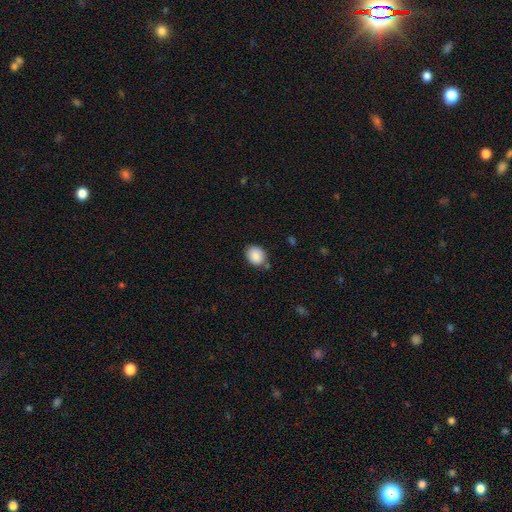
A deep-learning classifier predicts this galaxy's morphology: Smooth or featured? Predicted: smooth (p=0.87). How rounded? Predicted: in between (p=0.52). Merging? Predicted: none (p=0.75).